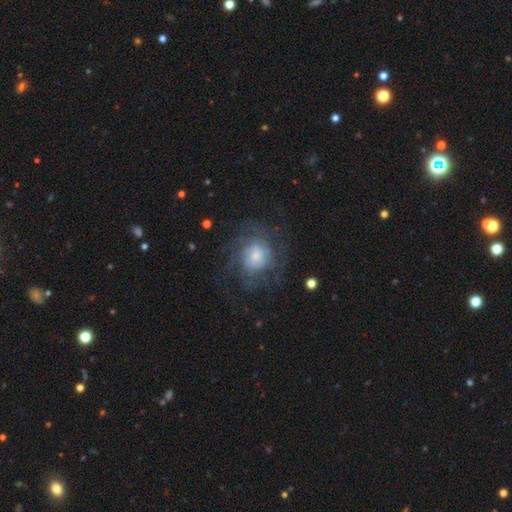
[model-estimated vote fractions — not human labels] A featured or disk galaxy (70%) with no bar (75%), tight (54%) spiral arms (88%) and a moderate central bulge (41%). Merging: none (70%).